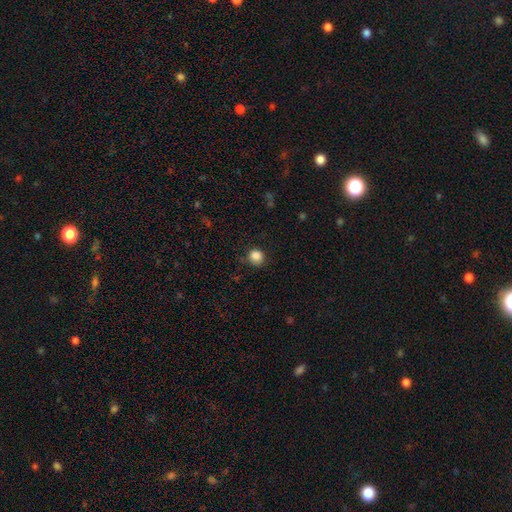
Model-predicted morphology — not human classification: Smooth or featured? Predicted: smooth (p=0.86). How rounded? Predicted: round (p=0.88). Merging? Predicted: none (p=0.82).